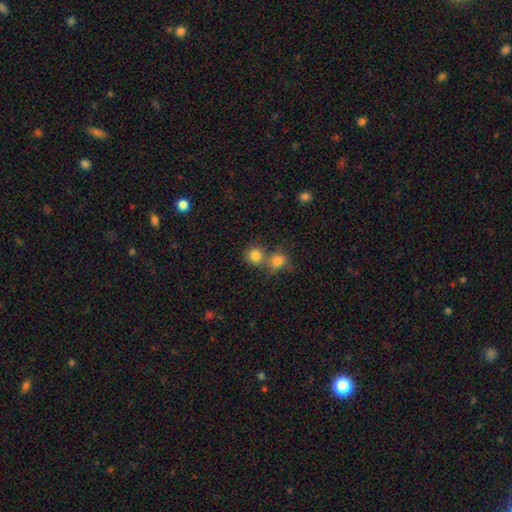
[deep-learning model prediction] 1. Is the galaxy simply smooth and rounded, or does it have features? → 81% smooth, 12% star or artifact, 8% featured or disk.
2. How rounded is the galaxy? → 86% round, 13% in between, 1% cigar-shaped.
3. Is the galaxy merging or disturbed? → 47% none, 44% merger, 6% minor disturbance, 2% major disturbance.